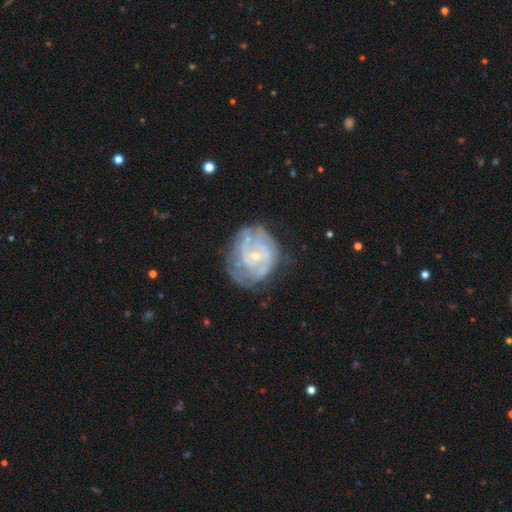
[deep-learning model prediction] smooth-or-featured: featured or disk: 84% | smooth: 10% | star or artifact: 5%
  disk-edge-on: no: 98% | yes: 2%
    bar: no: 63% | weak: 31% | strong: 6%
    has-spiral-arms: yes: 93% | no: 7%
      spiral-winding: tight: 60% | medium: 33% | loose: 8%
      spiral-arm-count: 2: 37% | can't tell: 30% | 3: 18% | 4: 6% | 1: 5% | more than 4: 4%
    bulge-size: small: 70% | moderate: 27% | none: 2% | large: 1% | dominant: 1%
  merging: none: 63% | minor disturbance: 23% | major disturbance: 12% | merger: 2%